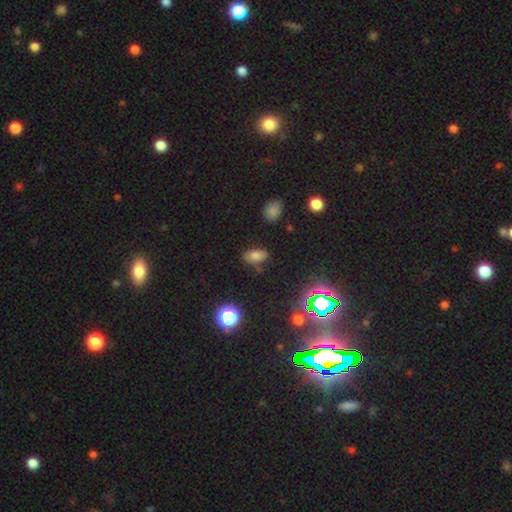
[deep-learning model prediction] Q: Smooth or featured?
A: smooth (70%); runner-up: star or artifact (20%)
Q: How rounded?
A: in between (88%); runner-up: round (8%)
Q: Merging?
A: none (77%); runner-up: minor disturbance (16%)